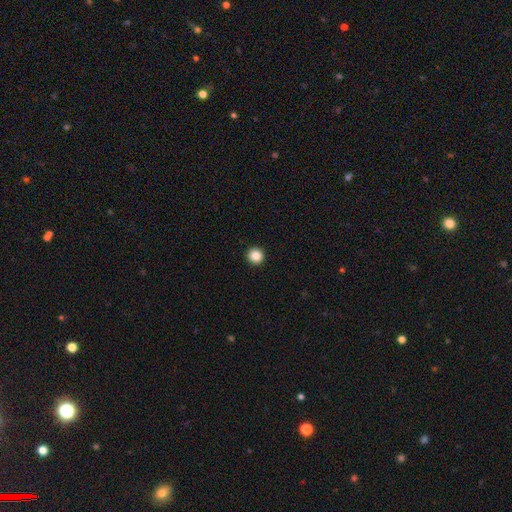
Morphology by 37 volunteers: This is clearly a smooth galaxy (86%). How rounded: clearly round (97%). Merging: clearly none (97%).